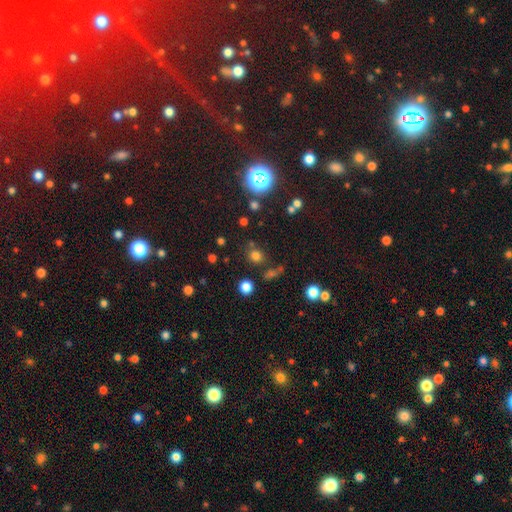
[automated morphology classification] This appears to be a smooth galaxy with no disk features (70%) that is round (83%). Merging: none (74%).